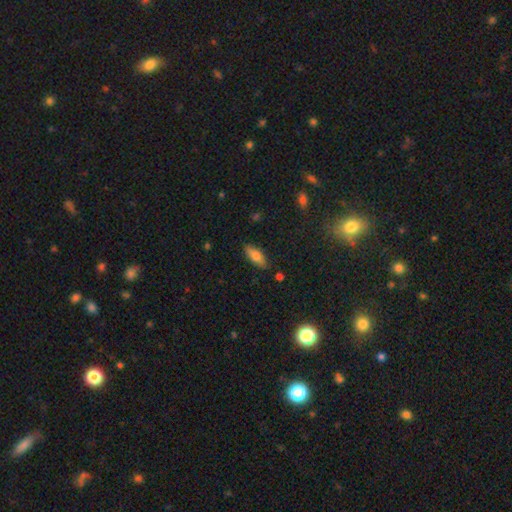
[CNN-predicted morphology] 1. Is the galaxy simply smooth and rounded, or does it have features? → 77% smooth, 16% featured or disk, 8% star or artifact.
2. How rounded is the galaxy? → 71% in between, 26% cigar-shaped, 2% round.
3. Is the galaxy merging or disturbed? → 85% none, 11% minor disturbance, 2% major disturbance, 2% merger.